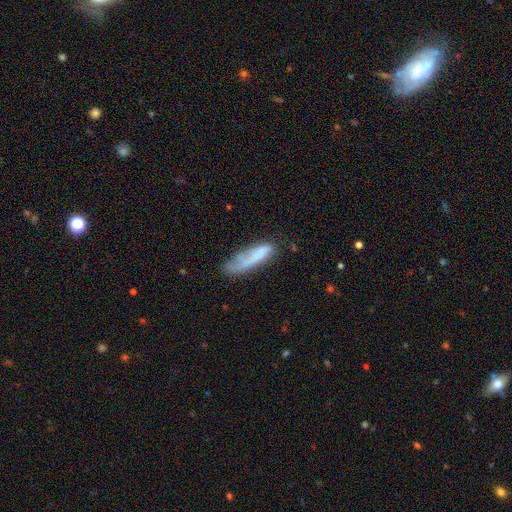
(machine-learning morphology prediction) smooth_or_featured: smooth (p=0.65) [alt: featured or disk p=0.28]
how_rounded: cigar-shaped (p=0.65) [alt: in between p=0.33]
merging: none (p=0.40) [alt: minor disturbance p=0.31]